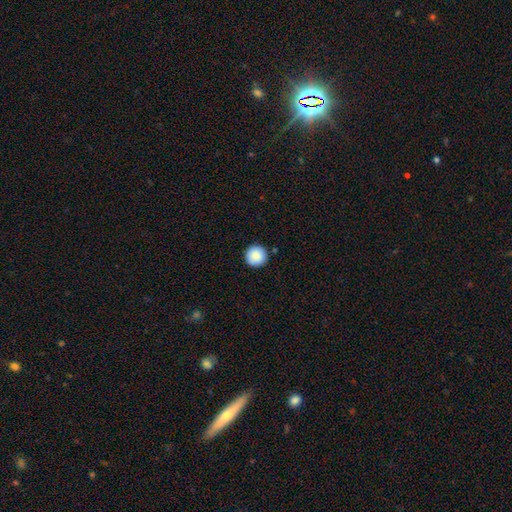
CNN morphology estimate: This appears to be a smooth galaxy with no disk features (88%) that is round (97%). Merging: none (91%).